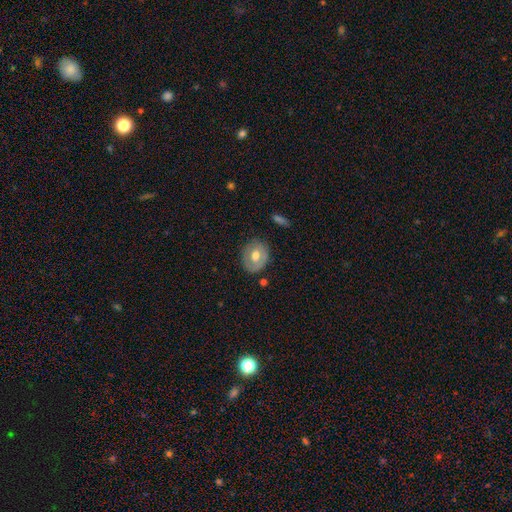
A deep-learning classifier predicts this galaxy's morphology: This appears to be a smooth galaxy with no disk features (56%) that is round (60%). Merging: none (77%).